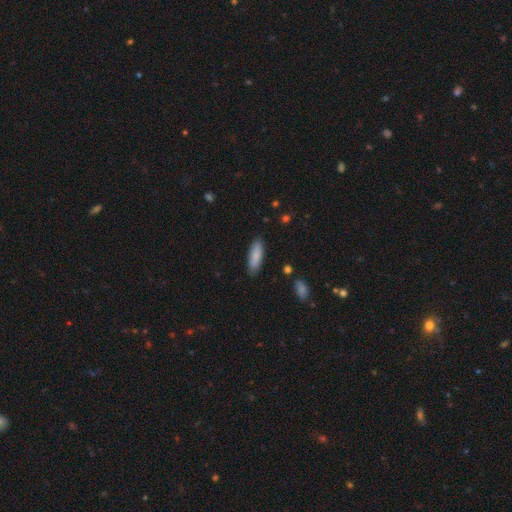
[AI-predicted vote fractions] smooth_or_featured: smooth (p=0.85) [alt: featured or disk p=0.09]
how_rounded: in between (p=0.58) [alt: cigar-shaped p=0.40]
merging: none (p=0.86) [alt: minor disturbance p=0.10]